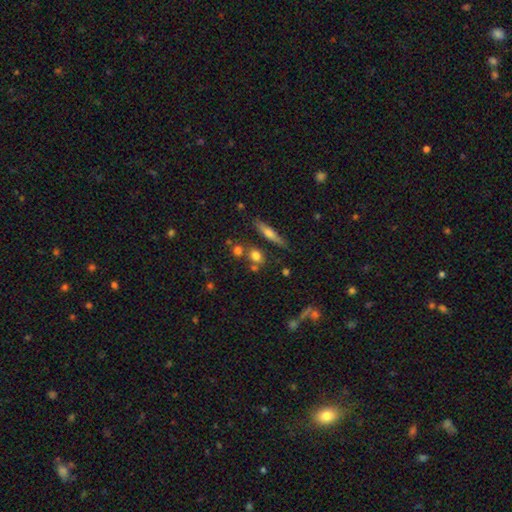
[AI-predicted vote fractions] This appears to be a smooth galaxy with no disk features (72%) that is round (61%). Merging: none (65%).